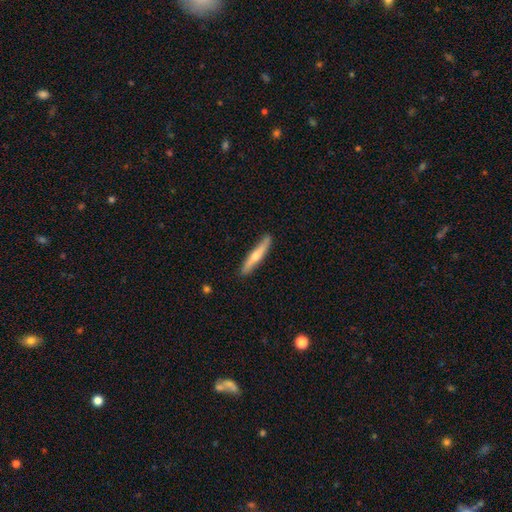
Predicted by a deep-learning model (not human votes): smooth 50%, featured or disk 45%, star or artifact 5%. Down the decision tree: merging — none (87%).